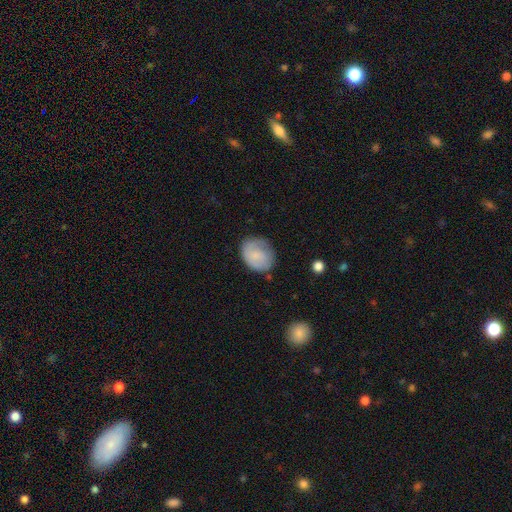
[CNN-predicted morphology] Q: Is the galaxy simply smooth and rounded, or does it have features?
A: smooth — 72%.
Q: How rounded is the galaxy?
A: round — 56%.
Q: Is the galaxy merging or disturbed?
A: none — 62%.